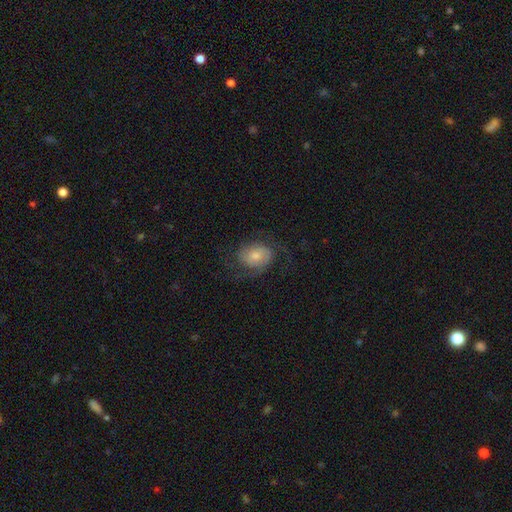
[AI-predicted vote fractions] Smooth or featured: featured or disk — 50% (smooth — 41%)
Edge-on disk: no — 97% (yes — 3%)
Merging: none — 58% (major disturbance — 21%)